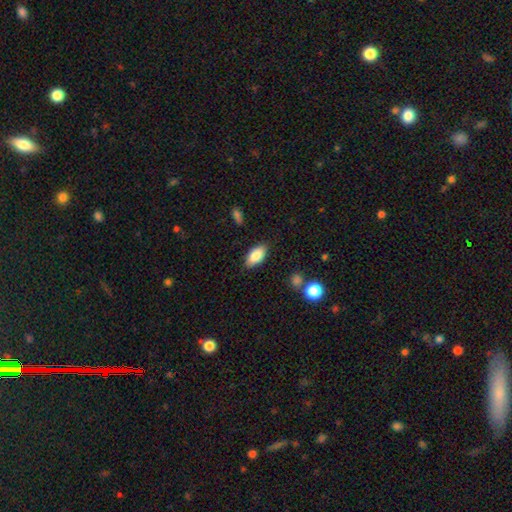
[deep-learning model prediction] The model was most divided on "smooth or featured": smooth: 83%, featured or disk: 10%, star or artifact: 7%. More confident: how rounded — in between (91%); merging — none (85%).